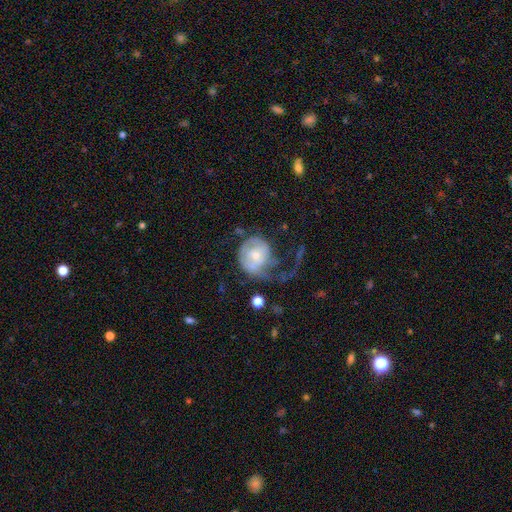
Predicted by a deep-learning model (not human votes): A featured or disk galaxy (65%) with no bar (70%), spiral arms (71%) and a small central bulge (55%). Merging: major disturbance (54%).